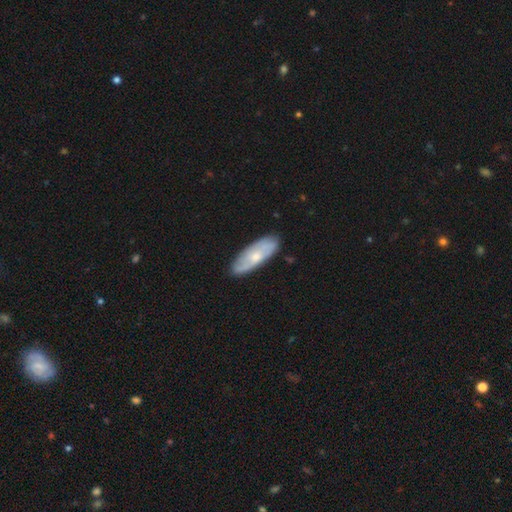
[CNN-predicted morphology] featured or disk 47% (tied), smooth 47% (tied), star or artifact 6%. Down the decision tree: merging — none (83%).